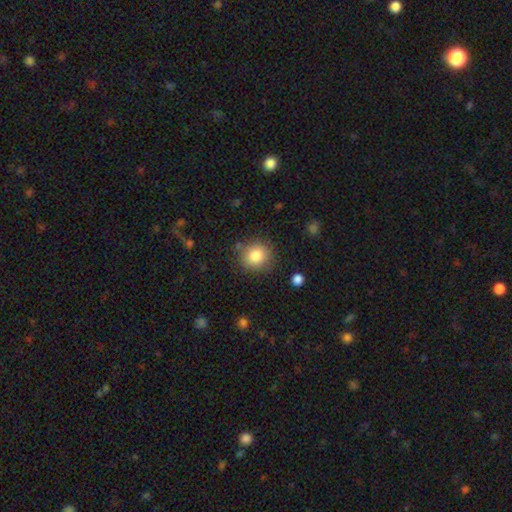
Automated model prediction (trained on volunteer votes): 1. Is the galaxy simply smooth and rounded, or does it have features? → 84% smooth, 9% star or artifact, 7% featured or disk.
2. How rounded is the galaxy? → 85% round, 14% in between, 1% cigar-shaped.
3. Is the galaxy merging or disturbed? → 83% none, 11% minor disturbance, 3% major disturbance, 3% merger.